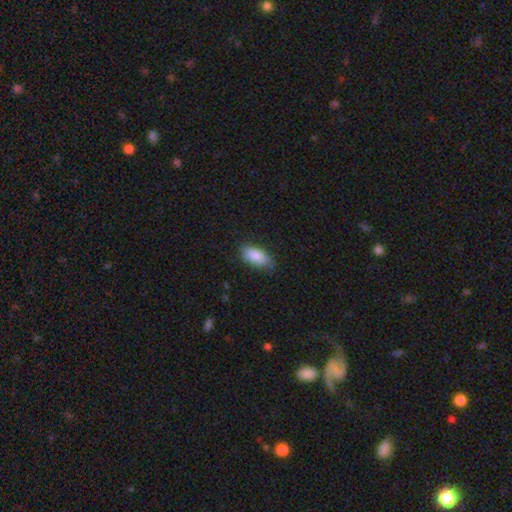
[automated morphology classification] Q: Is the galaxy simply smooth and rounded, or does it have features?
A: smooth — 86%.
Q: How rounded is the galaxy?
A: in between — 91%.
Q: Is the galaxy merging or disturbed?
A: none — 74%.